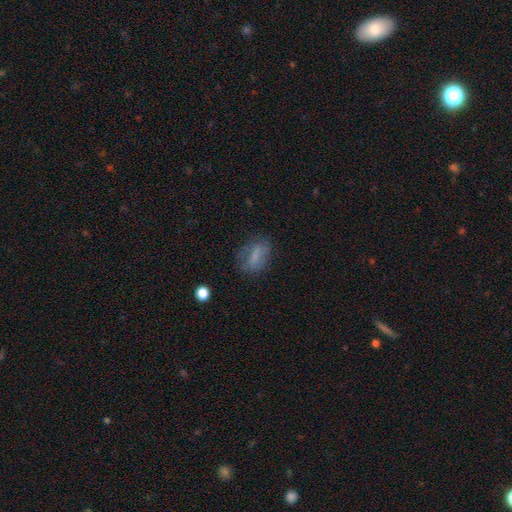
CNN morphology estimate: Smooth or featured: smooth — 62% (featured or disk — 26%)
How rounded: in between — 73% (round — 17%)
Merging: none — 65% (minor disturbance — 21%)